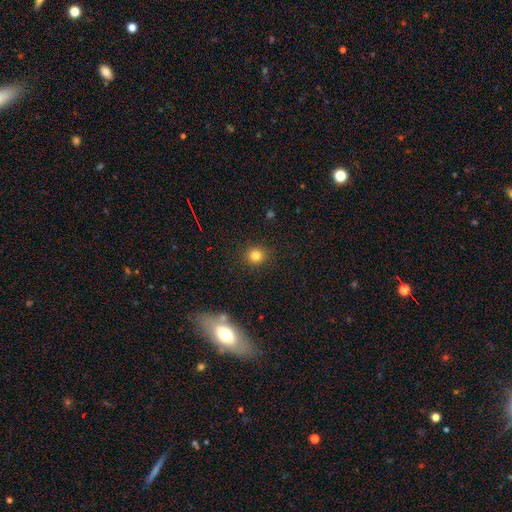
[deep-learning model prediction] Overall: smooth (81%). How rounded: round (89%). Merging: none (90%).